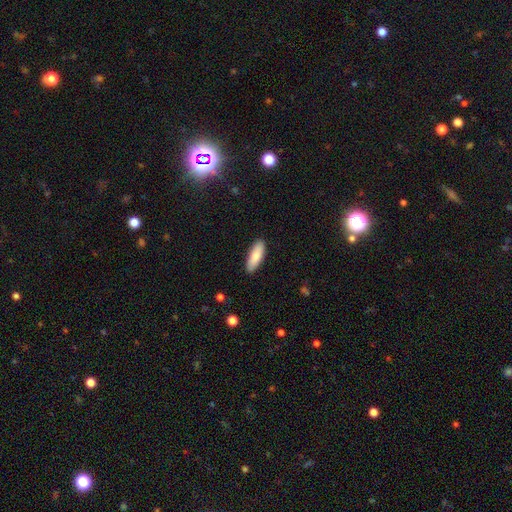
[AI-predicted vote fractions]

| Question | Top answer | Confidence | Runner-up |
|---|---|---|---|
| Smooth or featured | smooth | 86% | featured or disk (8%) |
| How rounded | in between | 61% | cigar-shaped (37%) |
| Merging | none | 88% | minor disturbance (9%) |